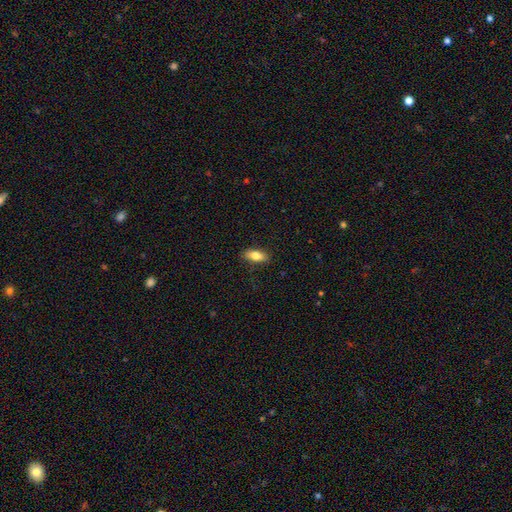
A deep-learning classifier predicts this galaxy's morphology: The model was most divided on "smooth or featured": smooth: 79%, featured or disk: 14%, star or artifact: 7%. More confident: merging — none (87%); how rounded — in between (81%).